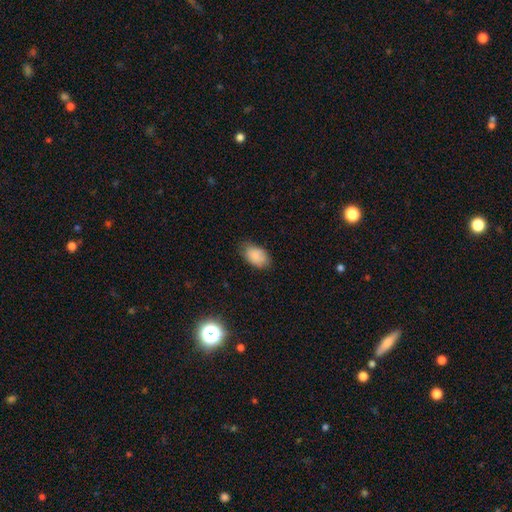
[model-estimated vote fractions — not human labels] smooth-or-featured: smooth: 85% | star or artifact: 8% | featured or disk: 8%
  how-rounded: in between: 91% | round: 7% | cigar-shaped: 1%
  merging: none: 73% | minor disturbance: 22% | major disturbance: 4% | merger: 1%